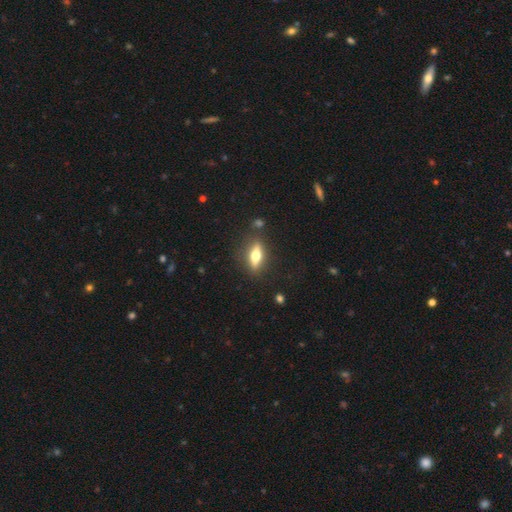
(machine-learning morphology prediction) Smooth or featured: smooth — 47% (featured or disk — 46%)
Merging: none — 84% (minor disturbance — 10%)